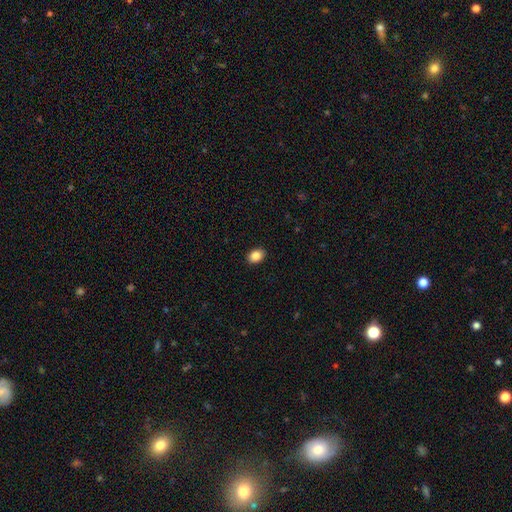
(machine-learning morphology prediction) smooth-or-featured: smooth: 87% | star or artifact: 9% | featured or disk: 4%
  how-rounded: in between: 72% | round: 27% | cigar-shaped: 1%
  merging: none: 90% | minor disturbance: 7% | major disturbance: 2% | merger: 1%